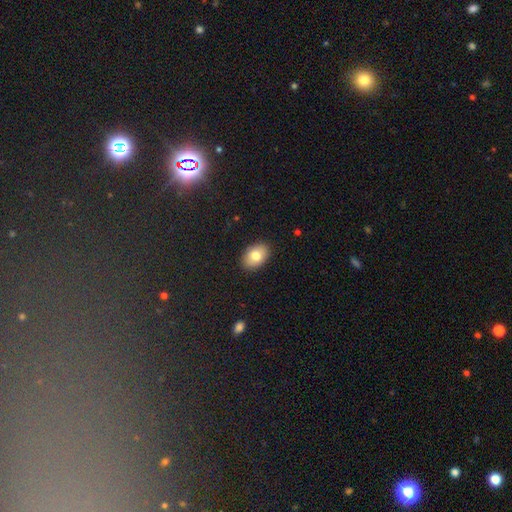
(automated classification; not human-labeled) Q: Smooth or featured?
A: smooth (78%); runner-up: featured or disk (14%)
Q: How rounded?
A: in between (86%); runner-up: round (13%)
Q: Merging?
A: none (88%); runner-up: minor disturbance (9%)